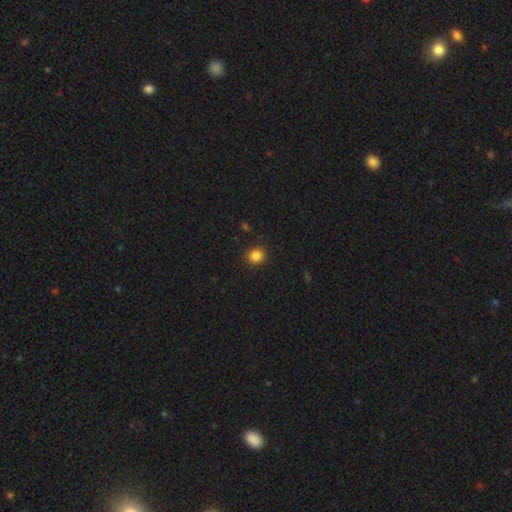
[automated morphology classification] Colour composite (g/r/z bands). It shows a smooth galaxy with no disk features (85%) that is round (84%). Merging: none (89%).